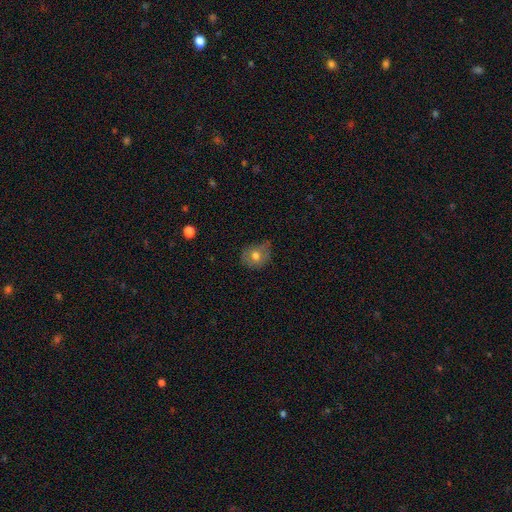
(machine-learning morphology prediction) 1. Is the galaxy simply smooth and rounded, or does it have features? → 70% smooth, 20% featured or disk, 10% star or artifact.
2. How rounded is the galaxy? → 69% round, 30% in between, 1% cigar-shaped.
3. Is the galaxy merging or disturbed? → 53% none, 34% minor disturbance, 10% major disturbance, 3% merger.